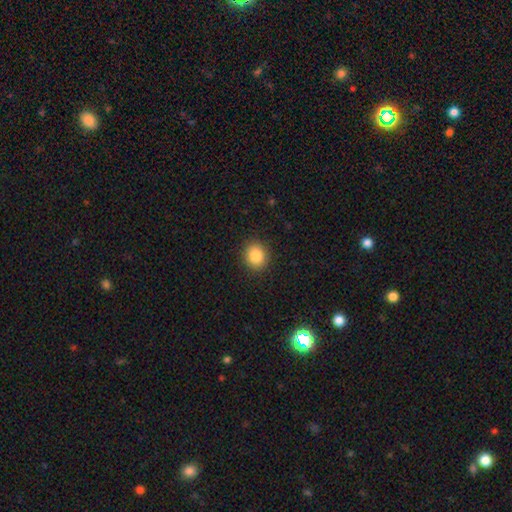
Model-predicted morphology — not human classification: Smooth or featured: smooth — 85% (star or artifact — 10%)
How rounded: round — 76% (in between — 23%)
Merging: none — 91% (minor disturbance — 6%)